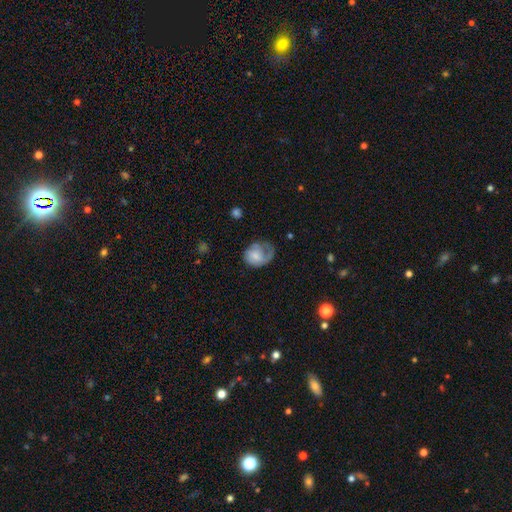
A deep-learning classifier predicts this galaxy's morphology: Smooth or featured? Predicted: smooth (p=0.54). How rounded? Predicted: in between (p=0.51). Merging? Predicted: major disturbance (p=0.36).